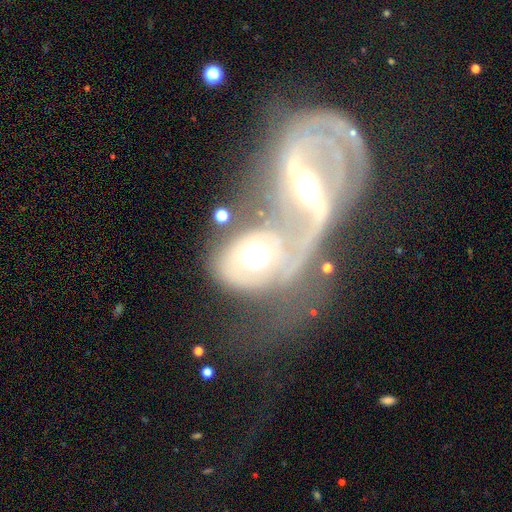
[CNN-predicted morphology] type=featured or disk (70%); edge-on=no (93%); bar=no (68%); spiral arms=yes (66%); bulge=moderate (49%); merging=merger (61%).